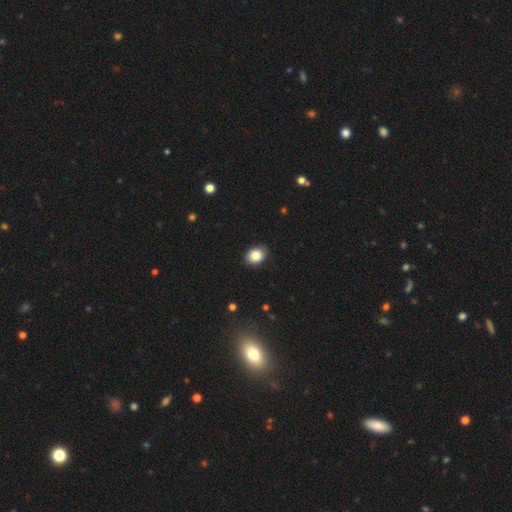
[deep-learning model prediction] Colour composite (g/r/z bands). It shows a smooth galaxy with no disk features (85%) that is in between round and cigar-shaped (65%). Merging: none (88%).